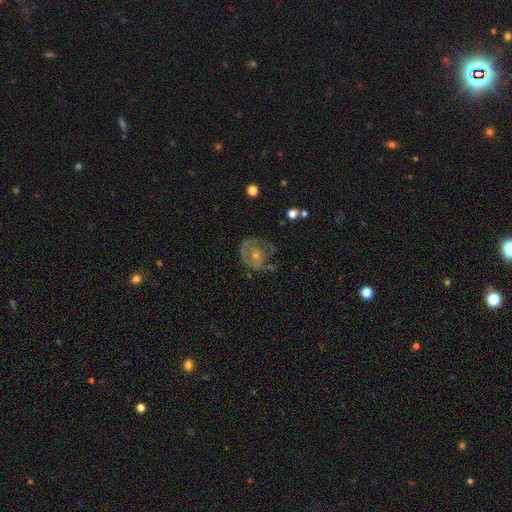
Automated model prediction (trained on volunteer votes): A featured or disk galaxy (61%) with no bar (80%), spiral arms (57%) and a small central bulge (55%). Merging: none (56%).